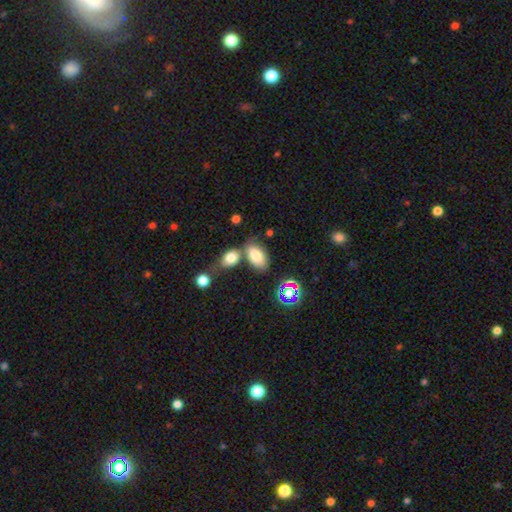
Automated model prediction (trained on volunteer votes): Smooth or featured? Predicted: smooth (p=0.78). How rounded? Predicted: in between (p=0.91). Merging? Predicted: none (p=0.53).